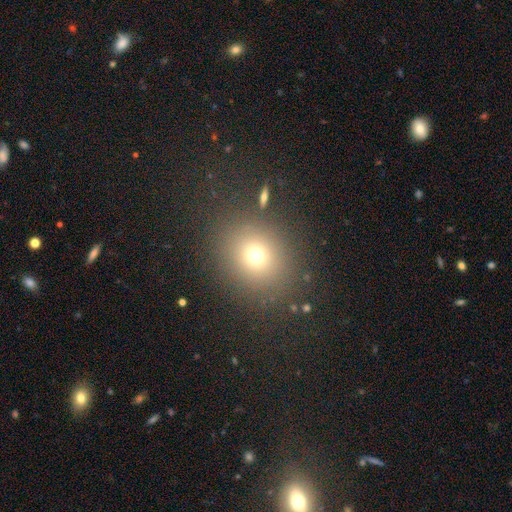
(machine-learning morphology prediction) Smooth or featured?
  - smooth: 70% *
  - star or artifact: 20%
  - featured or disk: 10%
How rounded?
  - round: 76% *
  - in between: 23%
  - cigar-shaped: 1%
Merging?
  - none: 84% *
  - minor disturbance: 8%
  - major disturbance: 5%
  - merger: 3%